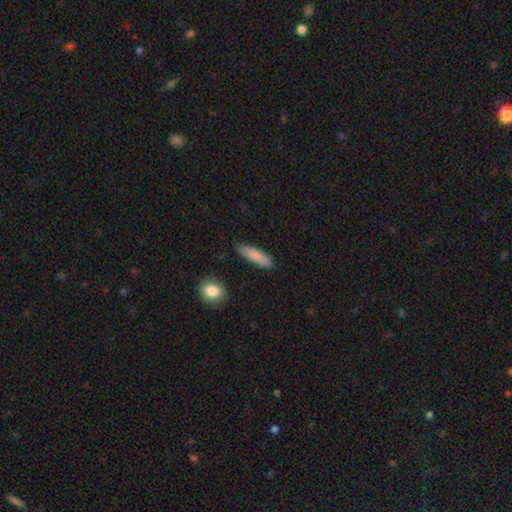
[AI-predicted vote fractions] This appears to be a smooth galaxy with no disk features (85%) that is cigar-shaped (65%). Merging: none (84%).